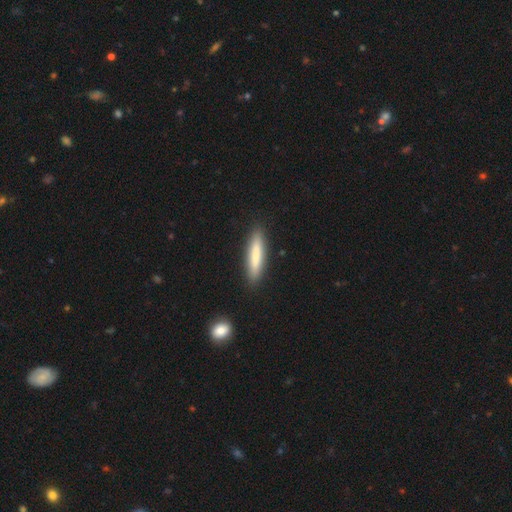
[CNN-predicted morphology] This appears to be a smooth galaxy with no disk features (75%) that is cigar-shaped (85%). Merging: none (89%).